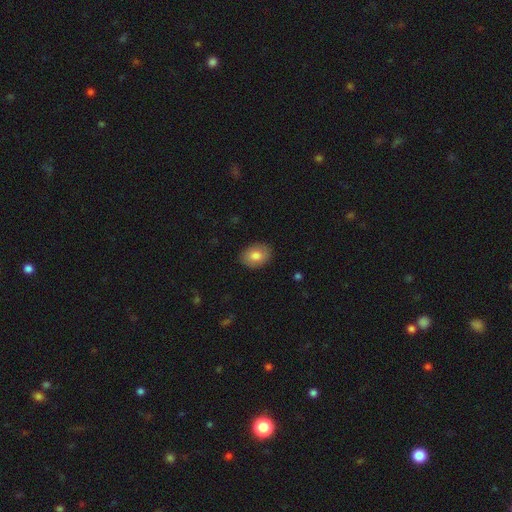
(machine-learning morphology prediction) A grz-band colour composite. It shows a smooth galaxy with no disk features (81%) that is in between round and cigar-shaped (76%). Merging: none (88%).